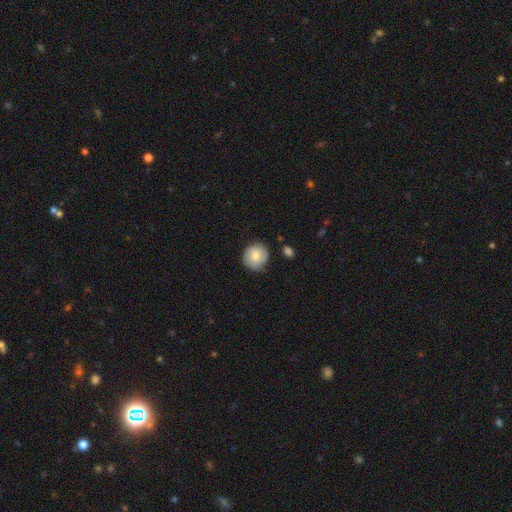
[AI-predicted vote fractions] Smooth or featured: smooth — 73% (featured or disk — 20%)
How rounded: round — 90% (in between — 9%)
Merging: none — 80% (minor disturbance — 15%)